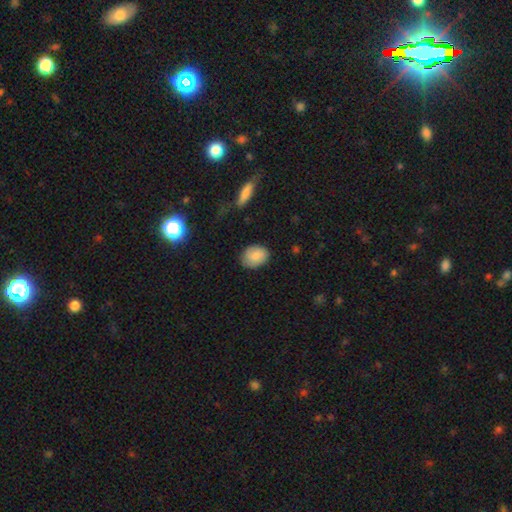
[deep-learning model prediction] smooth 79%, featured or disk 14%, star or artifact 7%. Down the decision tree: how rounded — in between (65%); merging — none (76%).